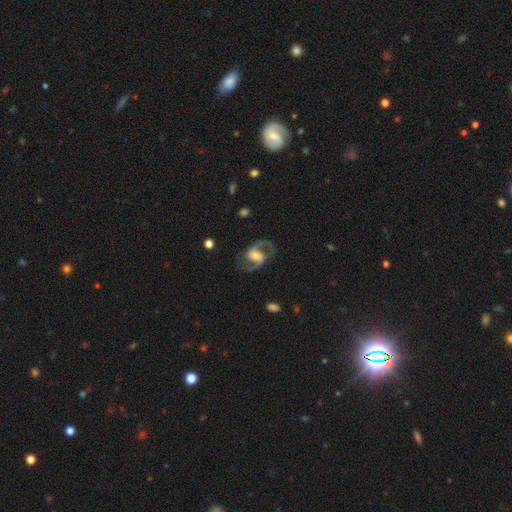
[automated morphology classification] This is clearly a featured or disk galaxy (87%). It is clearly not viewed edge-on (98%). Bar: possibly weak (46%). Spiral arm pattern: clearly yes (96%). Spiral arm count: clearly 2 (93%). Spiral winding: possibly medium (58%). Central bulge: possibly moderate (47%). Merging: likely none (77%).